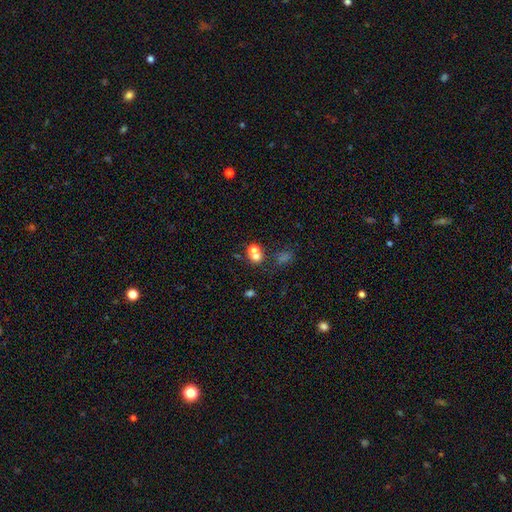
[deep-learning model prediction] smooth-or-featured: smooth: 65% | star or artifact: 19% | featured or disk: 16%
  how-rounded: round: 64% | in between: 34% | cigar-shaped: 1%
  merging: merger: 51% | none: 35% | minor disturbance: 8% | major disturbance: 5%